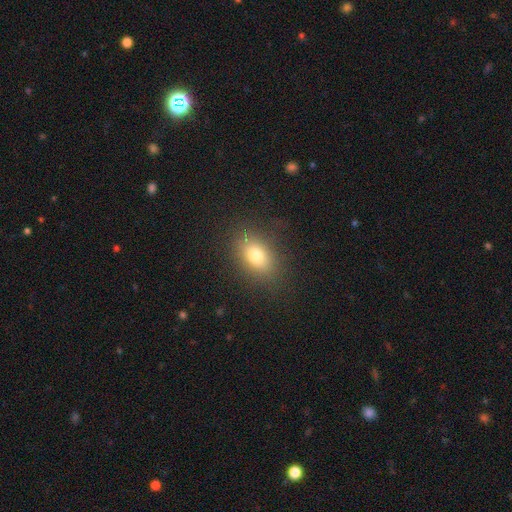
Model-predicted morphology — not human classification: This appears to be a smooth galaxy with no disk features (76%) that is in between round and cigar-shaped (79%). Merging: none (84%).